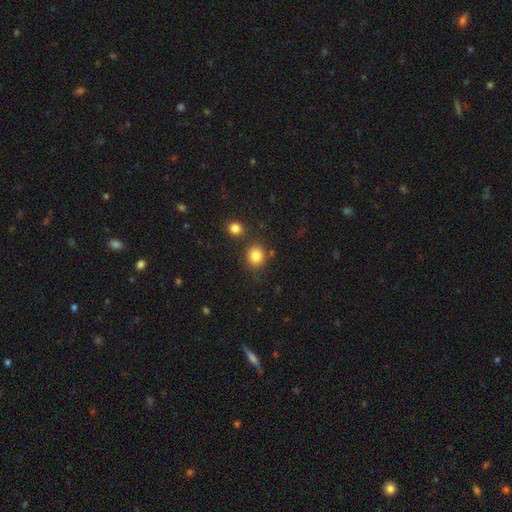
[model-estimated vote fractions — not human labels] Smooth or featured? smooth (84%)
How rounded? round (78%)
Merging? none (79%)